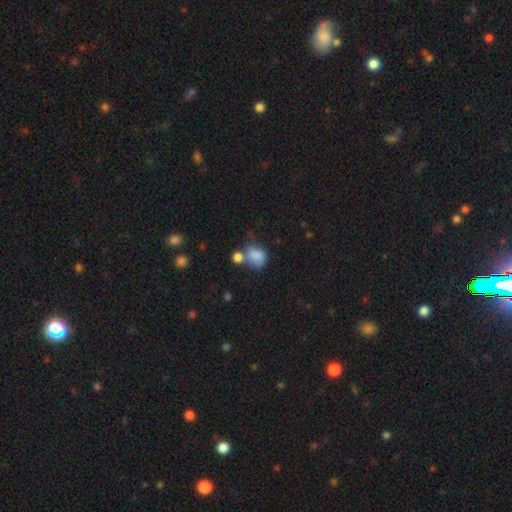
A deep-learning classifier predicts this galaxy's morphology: A smooth galaxy with no disk features (81%) that is in between round and cigar-shaped (56%). Merging: none (35%).